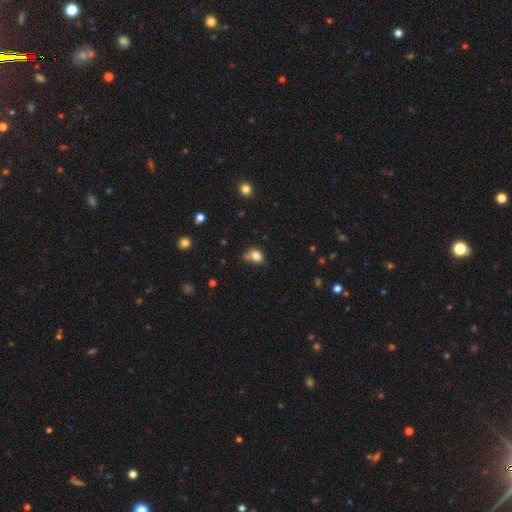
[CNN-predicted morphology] The model was most divided on "merging": none: 46%, minor disturbance: 28%, merger: 17%, major disturbance: 9%. More confident: smooth or featured — smooth (81%); how rounded — in between (72%).